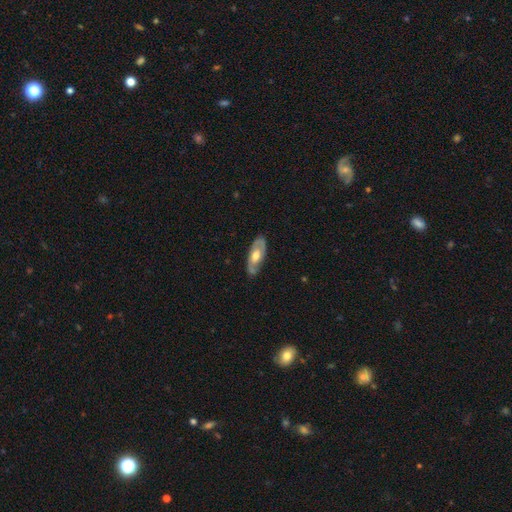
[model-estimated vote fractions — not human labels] smooth-or-featured: featured or disk: 68% | smooth: 27% | star or artifact: 5%
  disk-edge-on: no: 84% | yes: 16%
    bar: no: 68% | weak: 26% | strong: 7%
    has-spiral-arms: yes: 67% | no: 33%
    bulge-size: moderate: 71% | large: 15% | small: 11% | none: 1% | dominant: 1%
  merging: none: 81% | minor disturbance: 14% | major disturbance: 3% | merger: 1%